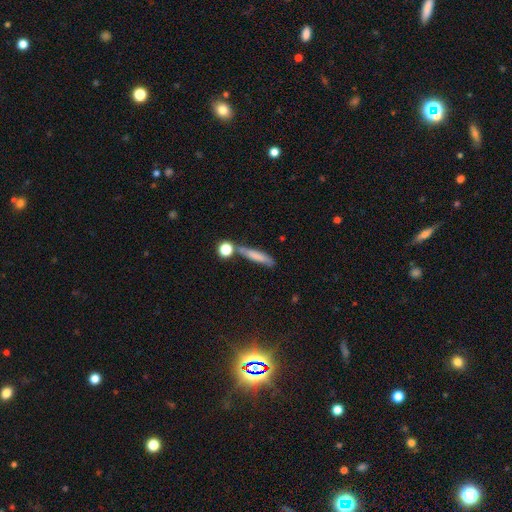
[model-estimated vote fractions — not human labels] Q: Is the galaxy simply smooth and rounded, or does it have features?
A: smooth — 72%.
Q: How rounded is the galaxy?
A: cigar-shaped — 83%.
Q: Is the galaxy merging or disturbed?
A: none — 67%.